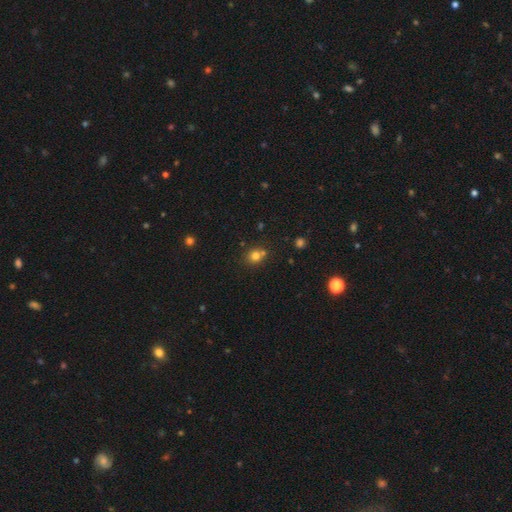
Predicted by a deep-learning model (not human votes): smooth-or-featured: smooth: 76% | star or artifact: 16% | featured or disk: 8%
  how-rounded: round: 80% | in between: 19% | cigar-shaped: 1%
  merging: none: 63% | merger: 23% | minor disturbance: 10% | major disturbance: 3%